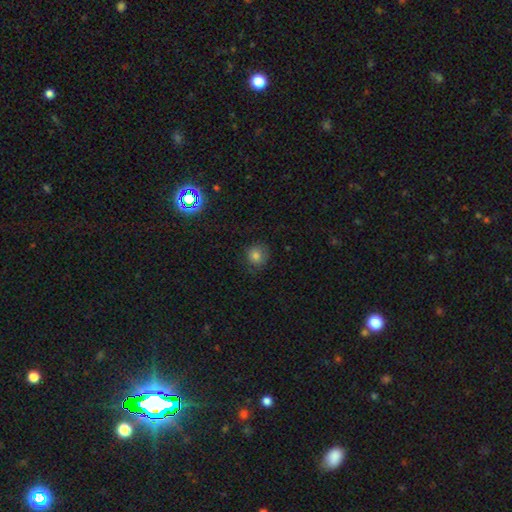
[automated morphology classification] Smooth or featured: smooth — 79% (star or artifact — 14%)
How rounded: round — 88% (in between — 11%)
Merging: none — 79% (minor disturbance — 15%)